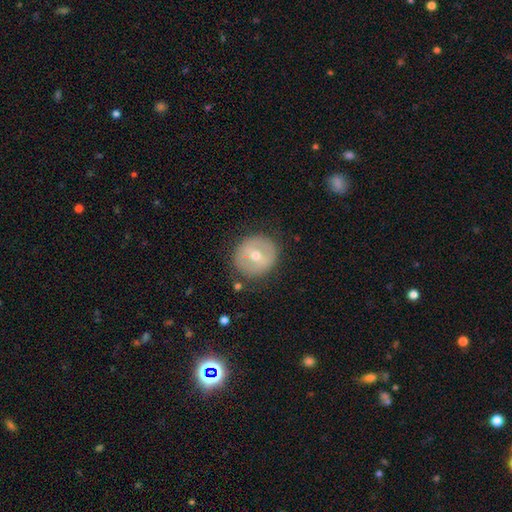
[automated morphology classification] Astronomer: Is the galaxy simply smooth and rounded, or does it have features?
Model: featured or disk — 48% (runner-up: smooth, 44%).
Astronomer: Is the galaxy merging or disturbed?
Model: none — 84%.